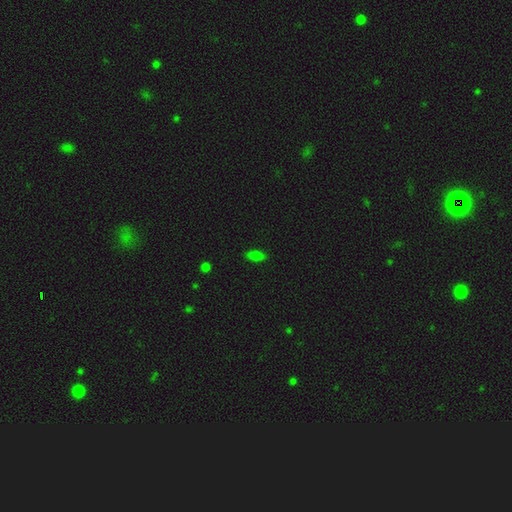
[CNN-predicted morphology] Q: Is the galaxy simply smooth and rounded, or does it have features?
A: smooth — 78%.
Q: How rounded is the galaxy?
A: in between — 83%.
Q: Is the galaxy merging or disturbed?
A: none — 85%.